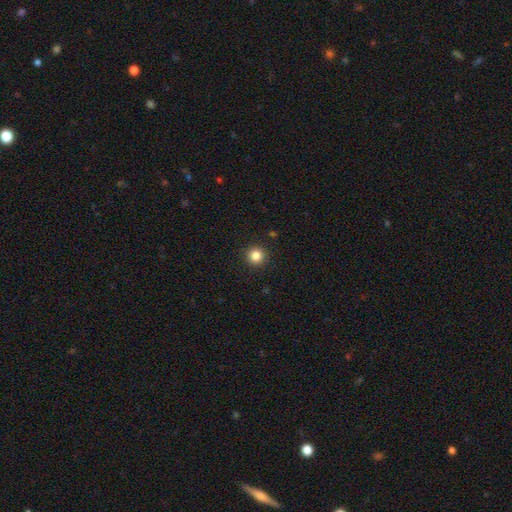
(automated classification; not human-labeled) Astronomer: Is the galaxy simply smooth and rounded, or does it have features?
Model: smooth — 84%.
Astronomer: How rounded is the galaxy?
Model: round — 95%.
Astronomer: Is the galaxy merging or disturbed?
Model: none — 92%.